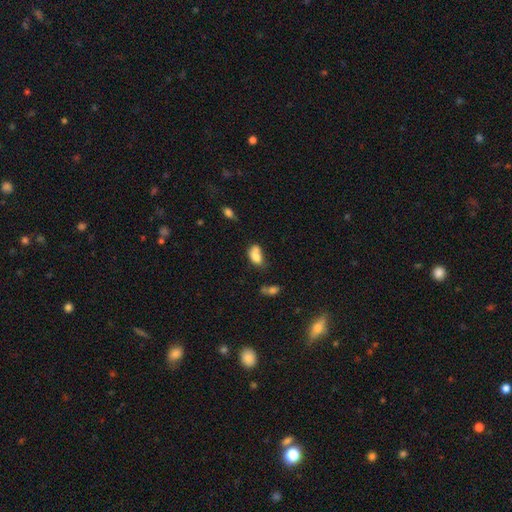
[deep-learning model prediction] Smooth or featured: smooth — 77% (featured or disk — 14%)
How rounded: in between — 87% (round — 11%)
Merging: none — 31% (minor disturbance — 27%)